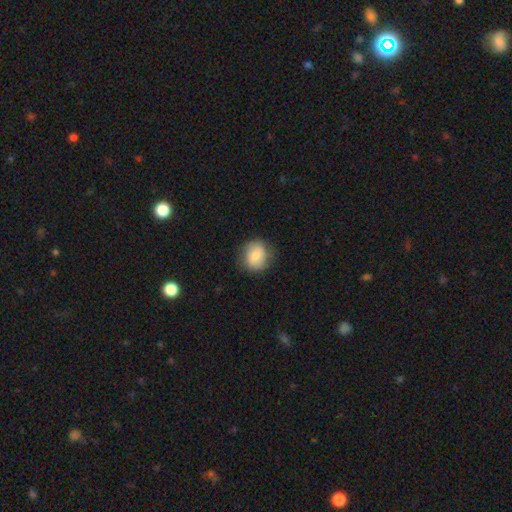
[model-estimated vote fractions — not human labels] A smooth galaxy with no disk features (79%) that is round (74%).

Vote fractions:
- Smooth or featured? smooth: 79% / featured or disk: 14% / star or artifact: 7%
- How rounded? round: 74% / in between: 25% / cigar-shaped: 1%
- Merging? none: 81% / minor disturbance: 14% / major disturbance: 4% / merger: 1%